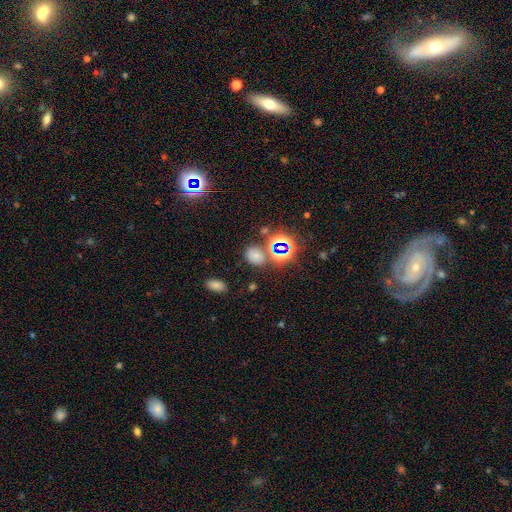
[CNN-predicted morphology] Smooth or featured? Predicted: smooth (p=0.58). How rounded? Predicted: in between (p=0.54). Merging? Predicted: none (p=0.71).